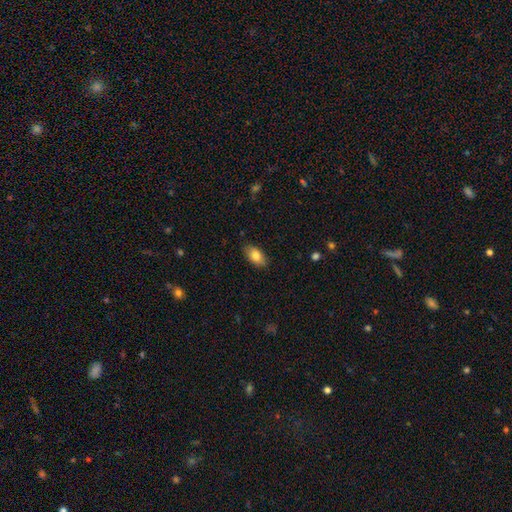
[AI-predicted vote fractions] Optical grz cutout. It shows a smooth galaxy with no disk features (81%) that is in between round and cigar-shaped (92%). Merging: none (86%).